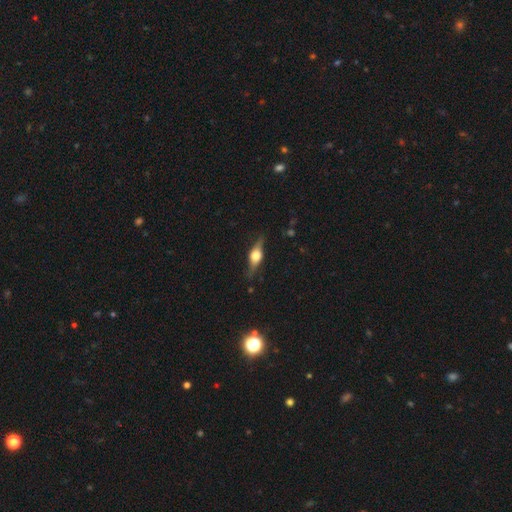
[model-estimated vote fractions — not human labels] The model was most divided on "smooth or featured": featured or disk: 68%, smooth: 25%, star or artifact: 7%. More confident: edge-on disk — yes (94%); edge-on bulge — rounded (93%); merging — none (80%).